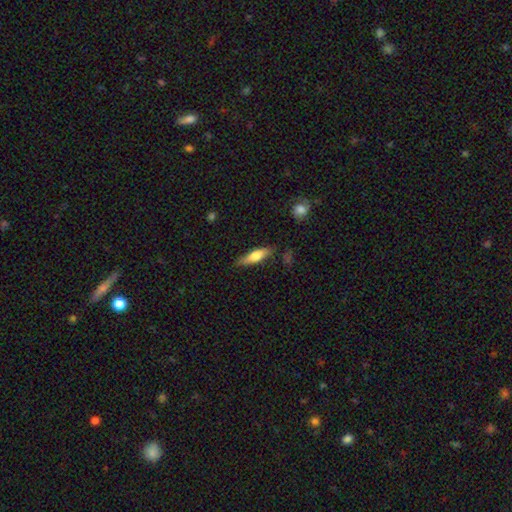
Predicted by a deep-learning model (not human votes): Overall: smooth (59%; featured or disk 35%). How rounded: cigar-shaped (67%; in between 30%). Merging: none (77%).